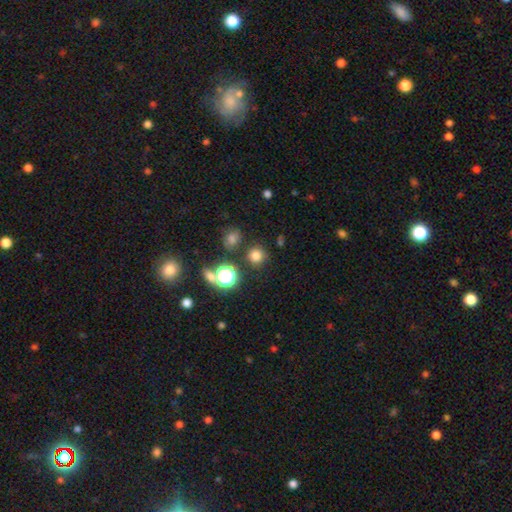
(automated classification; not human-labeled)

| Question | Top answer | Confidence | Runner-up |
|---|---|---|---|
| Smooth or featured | smooth | 73% | star or artifact (21%) |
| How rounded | round | 90% | in between (9%) |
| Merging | none | 82% | minor disturbance (9%) |